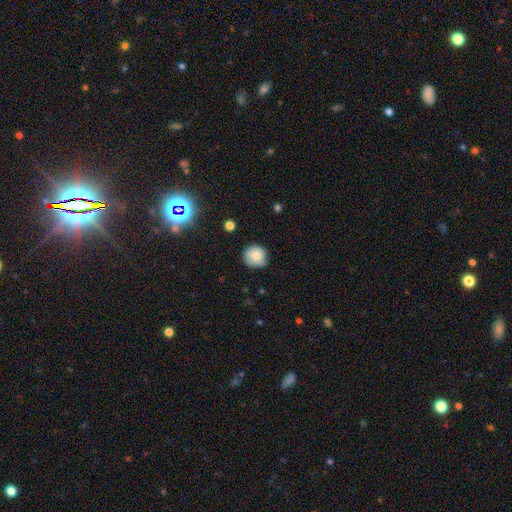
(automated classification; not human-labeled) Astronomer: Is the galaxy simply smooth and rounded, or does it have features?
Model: smooth — 75%.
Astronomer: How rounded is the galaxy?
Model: round — 91%.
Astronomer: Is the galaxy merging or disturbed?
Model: none — 76%.